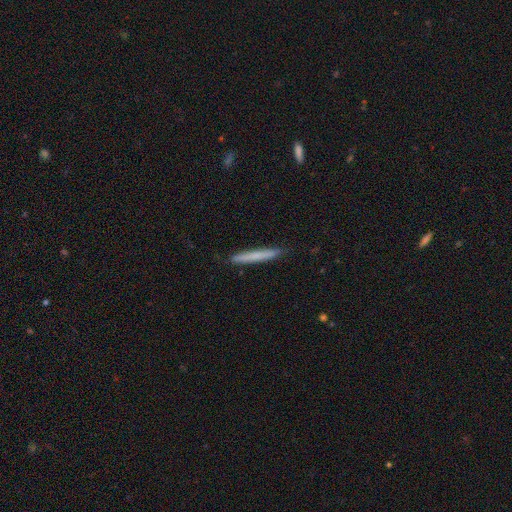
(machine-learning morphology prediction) Smooth or featured: smooth — 68% (featured or disk — 26%)
How rounded: cigar-shaped — 97% (in between — 2%)
Merging: none — 89% (minor disturbance — 9%)